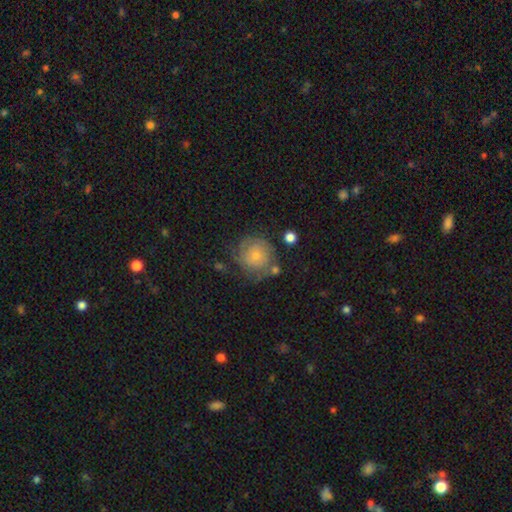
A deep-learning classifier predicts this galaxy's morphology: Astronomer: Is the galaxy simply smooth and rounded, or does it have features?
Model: smooth — 51% (runner-up: featured or disk, 41%).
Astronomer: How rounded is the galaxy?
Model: round — 87%.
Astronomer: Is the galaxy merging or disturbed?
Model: none — 58%.